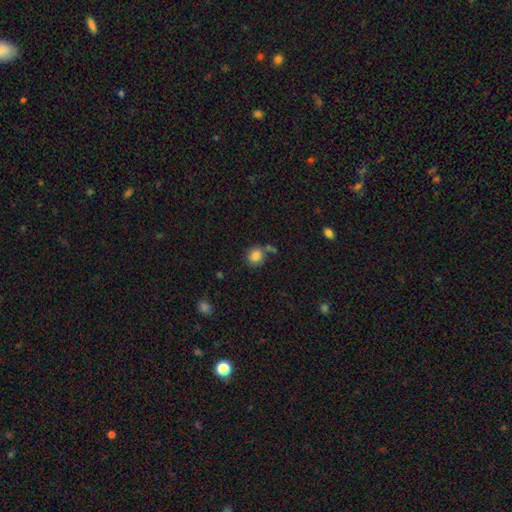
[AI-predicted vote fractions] Smooth or featured? Predicted: smooth (p=0.85). How rounded? Predicted: round (p=0.76). Merging? Predicted: none (p=0.69).